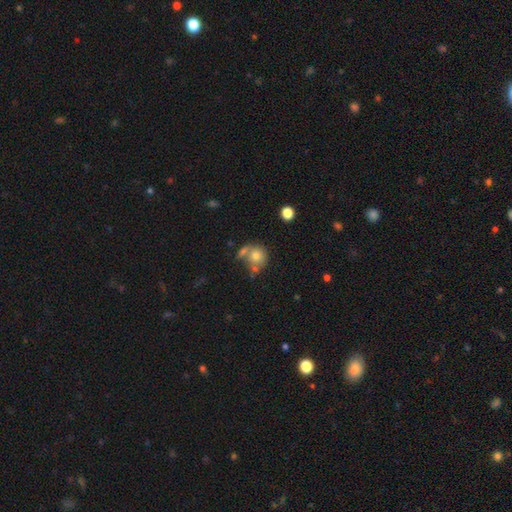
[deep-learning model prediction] Morphology: type=smooth (73%); roundness=round (81%); merging=none (43%).